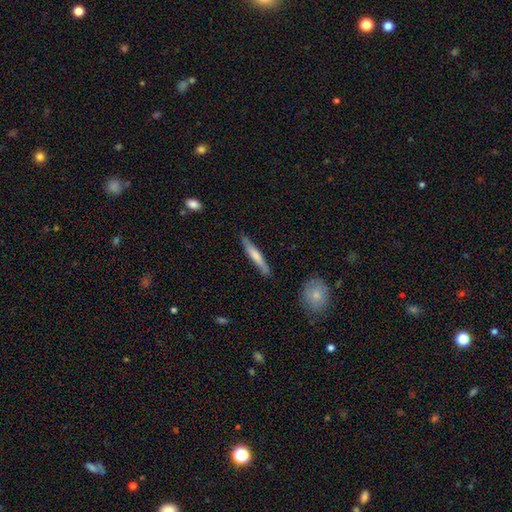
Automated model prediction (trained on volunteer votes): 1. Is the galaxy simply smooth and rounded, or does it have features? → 61% smooth, 34% featured or disk, 5% star or artifact.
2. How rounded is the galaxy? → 93% cigar-shaped, 5% in between, 1% round.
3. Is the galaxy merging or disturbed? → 85% none, 12% minor disturbance, 2% major disturbance, 2% merger.